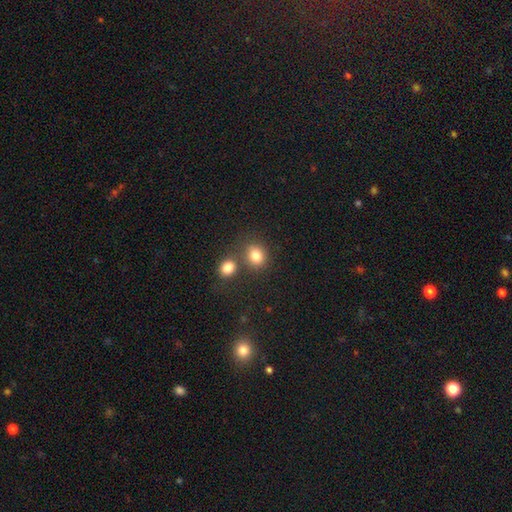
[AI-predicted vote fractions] A smooth galaxy with no disk features (81%) that is round (69%). Merging: none (63%).